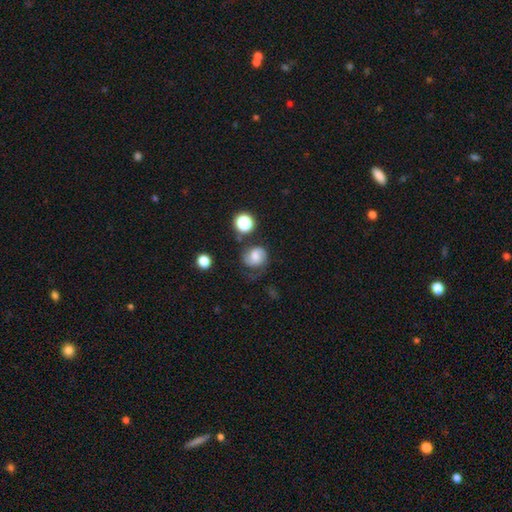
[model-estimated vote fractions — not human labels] The model was most divided on "smooth or featured": featured or disk: 47%, smooth: 42%, star or artifact: 11%. More confident: merging — none (52%).